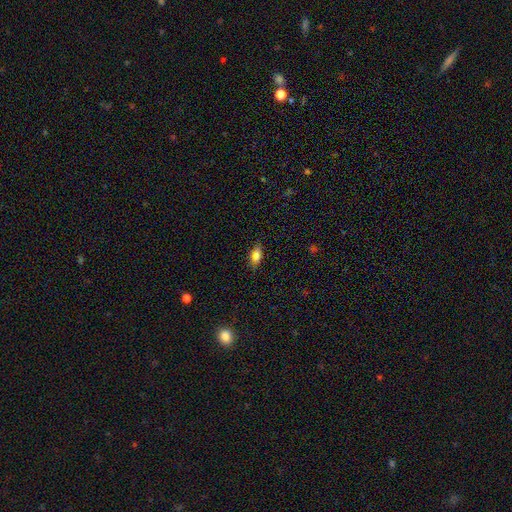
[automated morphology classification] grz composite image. It shows a smooth galaxy with no disk features (82%) that is in between round and cigar-shaped (85%). Merging: none (84%).